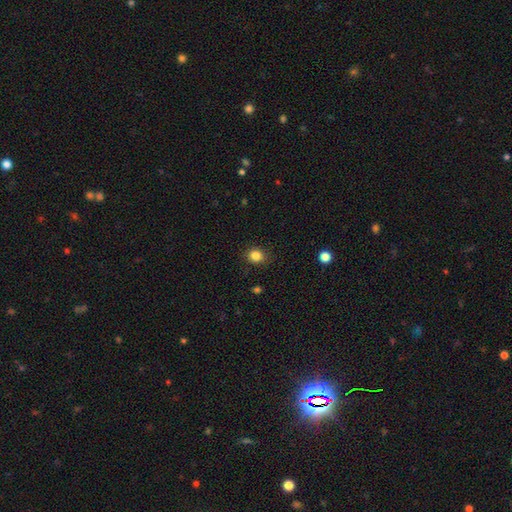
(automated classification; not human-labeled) smooth_or_featured: smooth (p=0.85) [alt: star or artifact p=0.11]
how_rounded: round (p=0.67) [alt: in between p=0.32]
merging: none (p=0.85) [alt: minor disturbance p=0.11]